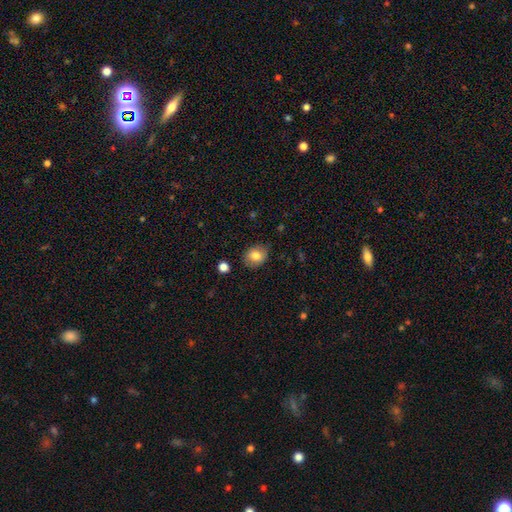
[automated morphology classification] The model was most divided on "how rounded": round: 52%, in between: 47%, cigar-shaped: 1%. More confident: merging — none (83%); smooth or featured — smooth (81%).